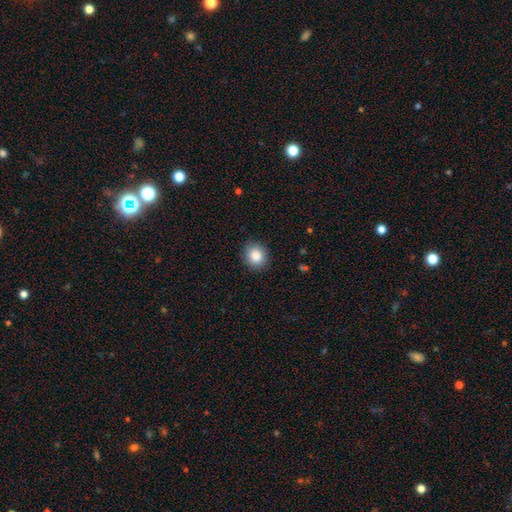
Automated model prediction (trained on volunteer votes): Smooth or featured? smooth (86%)
How rounded? round (78%)
Merging? none (88%)